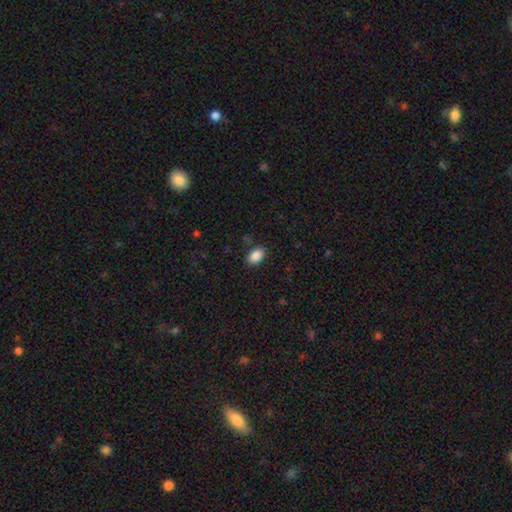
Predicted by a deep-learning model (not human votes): Morphology: type=smooth (89%); roundness=in between (90%); merging=none (85%).